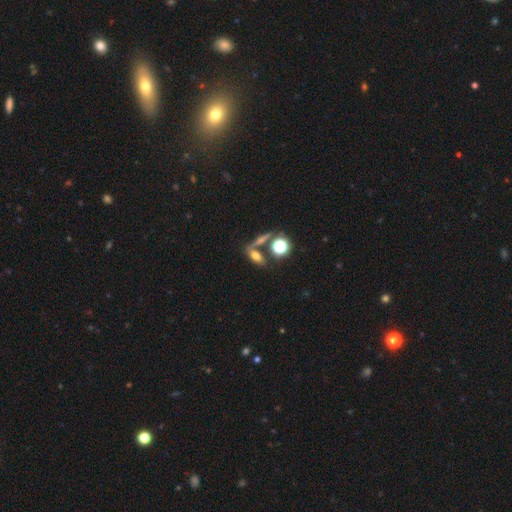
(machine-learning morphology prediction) Smooth or featured: smooth — 64% (featured or disk — 20%)
How rounded: in between — 68% (cigar-shaped — 17%)
Merging: none — 54% (merger — 29%)